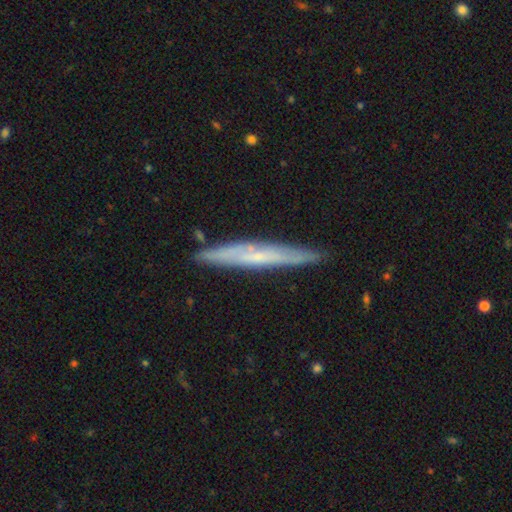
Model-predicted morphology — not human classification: Smooth or featured? Predicted: featured or disk (p=0.59). Edge-on disk? Predicted: yes (p=0.89). Edge-on bulge? Predicted: none (p=0.62). Merging? Predicted: none (p=0.86).